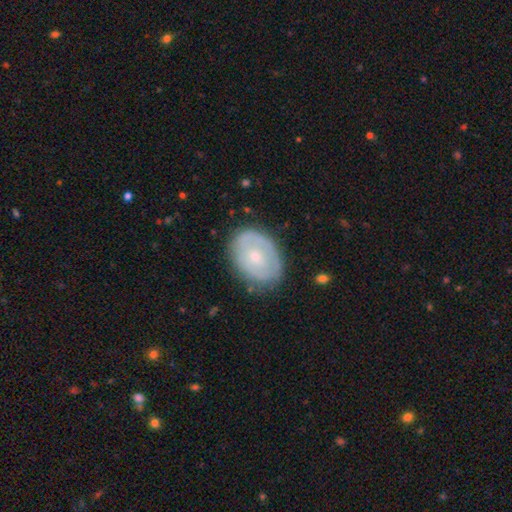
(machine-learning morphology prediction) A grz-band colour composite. It shows a featured or disk galaxy (51%). Merging: none (76%).